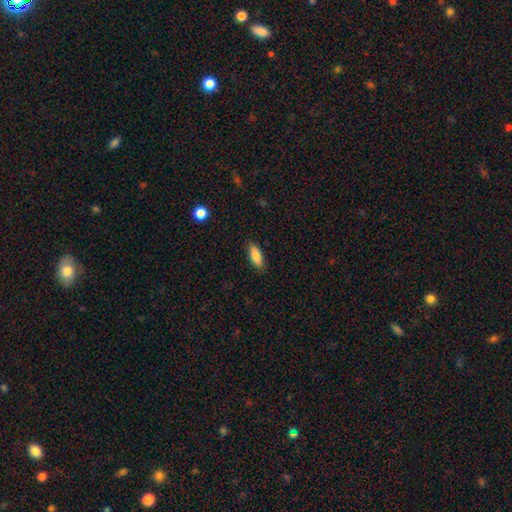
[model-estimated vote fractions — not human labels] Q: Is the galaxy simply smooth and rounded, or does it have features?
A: smooth — 80%.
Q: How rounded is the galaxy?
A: in between — 76%.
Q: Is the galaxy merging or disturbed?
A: none — 86%.